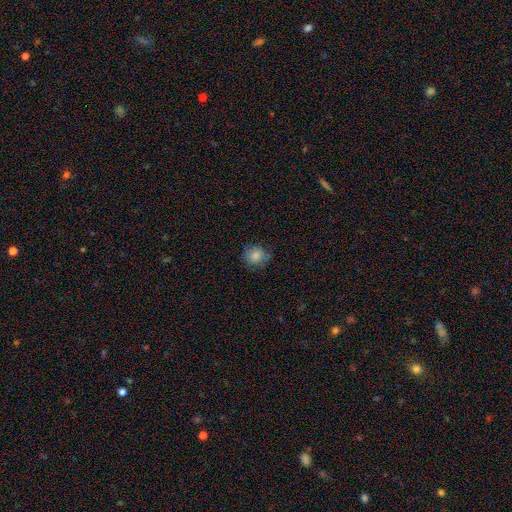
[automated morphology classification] A smooth galaxy with no disk features (83%) that is round (87%). Merging: none (76%).